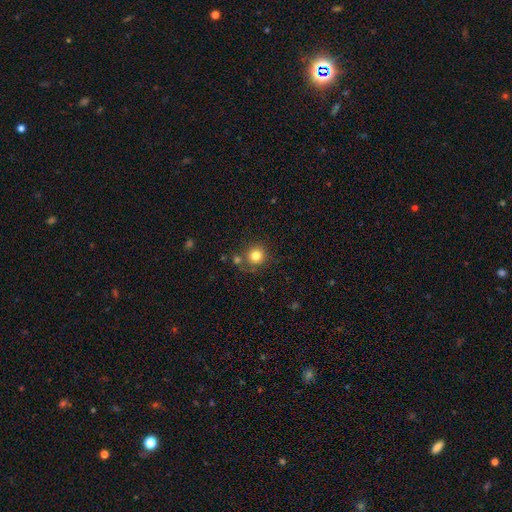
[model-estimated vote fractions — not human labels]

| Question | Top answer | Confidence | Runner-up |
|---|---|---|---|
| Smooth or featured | smooth | 81% | star or artifact (12%) |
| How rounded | round | 92% | in between (7%) |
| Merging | none | 73% | minor disturbance (11%) |